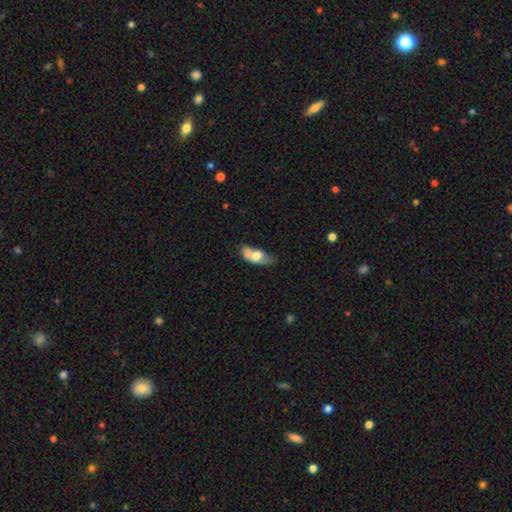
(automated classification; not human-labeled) smooth 56%, featured or disk 36%, star or artifact 8%. Down the decision tree: how rounded — in between (82%); merging — merger (41%).